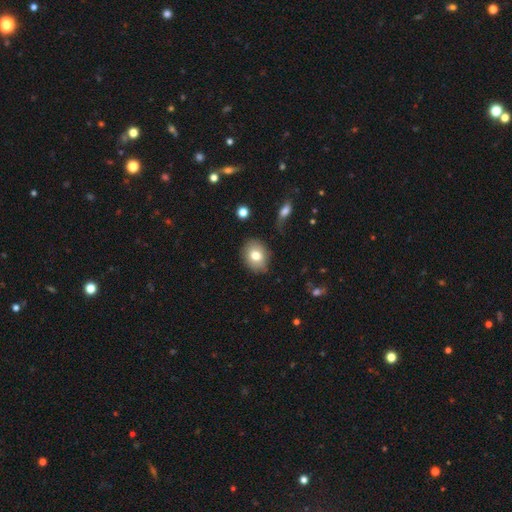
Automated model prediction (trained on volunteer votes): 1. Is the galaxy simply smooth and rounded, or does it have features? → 76% smooth, 15% featured or disk, 9% star or artifact.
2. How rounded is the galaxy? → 51% in between, 48% round, 1% cigar-shaped.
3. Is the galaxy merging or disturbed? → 80% none, 14% minor disturbance, 4% major disturbance, 2% merger.